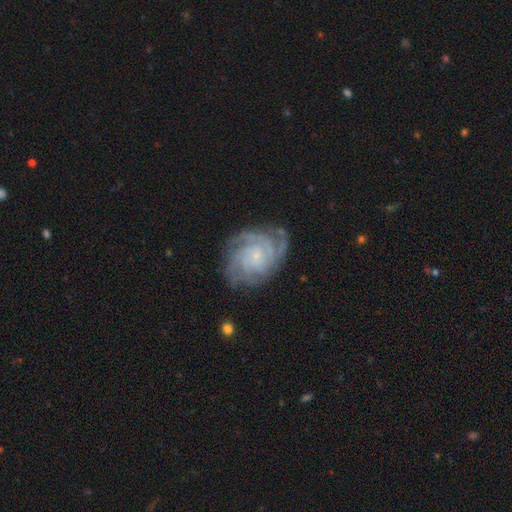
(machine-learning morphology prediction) Overall: featured or disk (89%). Edge-on disk: no (98%). Bar: no (75%). Spiral arms: yes (98%). Spiral arm count: 4 (39%; 3 23%). Spiral winding: tight (72%). Bulge size: small (81%). Merging: none (77%).